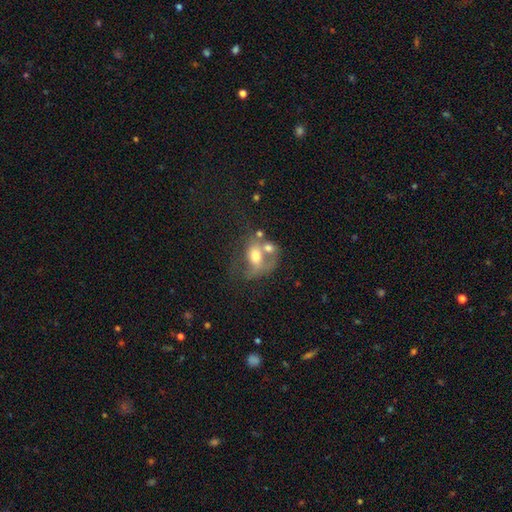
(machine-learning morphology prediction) smooth-or-featured: smooth: 49% | featured or disk: 40% | star or artifact: 11%
  merging: merger: 44% | major disturbance: 23% | none: 20% | minor disturbance: 14%